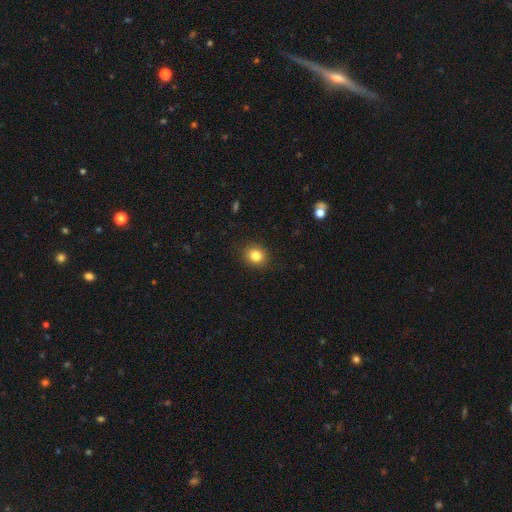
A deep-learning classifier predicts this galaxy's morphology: The model was most divided on "how rounded": round: 72%, in between: 27%, cigar-shaped: 1%. More confident: merging — none (90%); smooth or featured — smooth (83%).